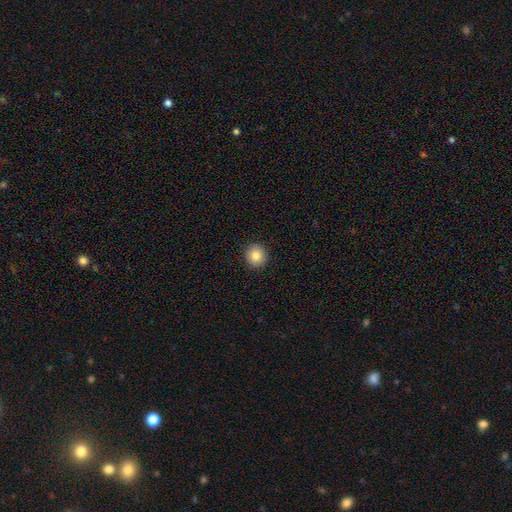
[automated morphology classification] Overall: smooth (84%). How rounded: round (91%). Merging: none (92%).